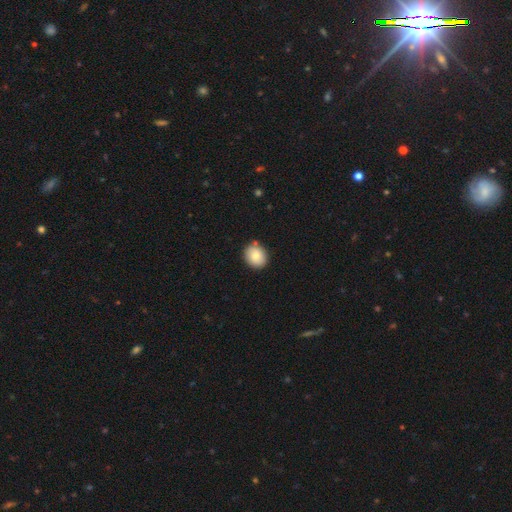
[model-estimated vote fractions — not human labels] This is clearly a smooth galaxy (83%). How rounded: likely round (74%). Merging: clearly none (82%).